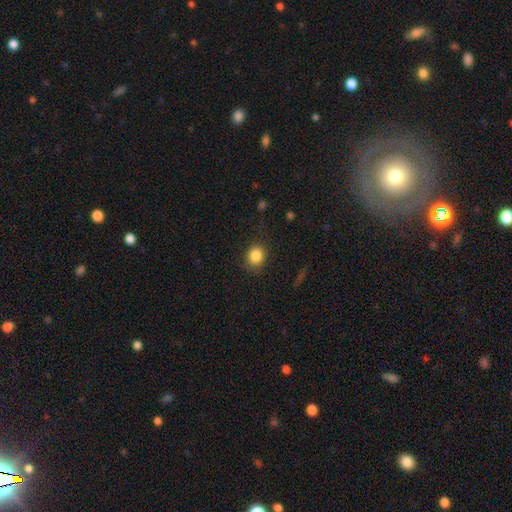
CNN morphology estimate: Q: Smooth or featured?
A: smooth (85%); runner-up: star or artifact (10%)
Q: How rounded?
A: round (64%); runner-up: in between (35%)
Q: Merging?
A: none (83%); runner-up: minor disturbance (12%)